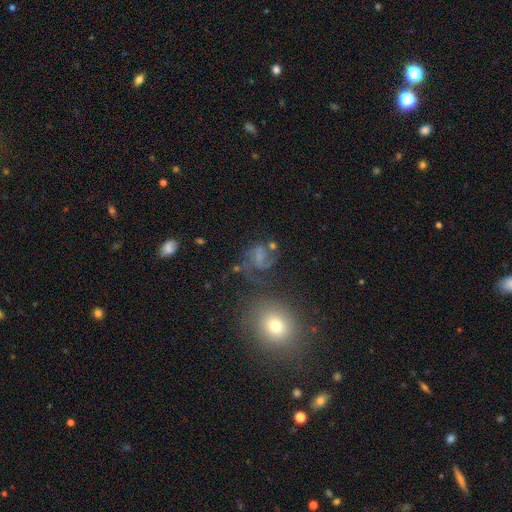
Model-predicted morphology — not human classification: type=featured or disk (59%); edge-on=no (97%); bar=no (43%); spiral arms=yes (84%); bulge=small (41%); merging=none (54%).